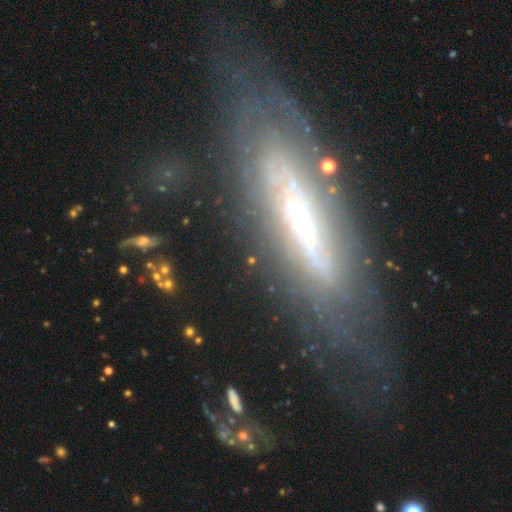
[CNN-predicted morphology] Smooth or featured? featured or disk (74%)
Edge-on disk? no (64%)
Merging? none (65%)